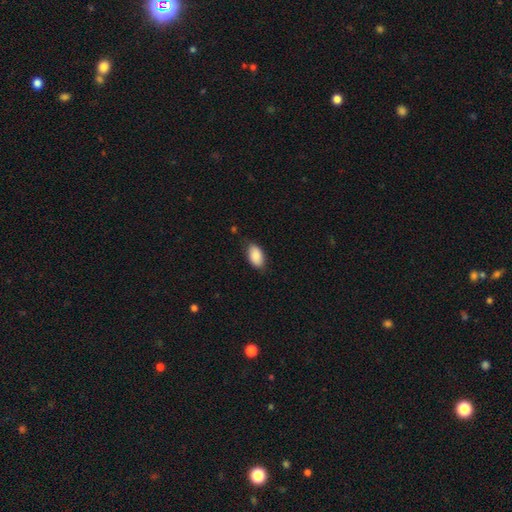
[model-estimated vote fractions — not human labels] Smooth or featured? Predicted: smooth (p=0.87). How rounded? Predicted: in between (p=0.93). Merging? Predicted: none (p=0.78).